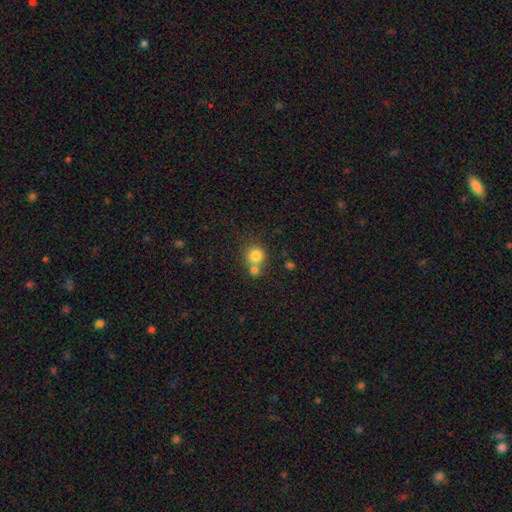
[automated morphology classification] Q: Smooth or featured?
A: smooth (81%); runner-up: star or artifact (11%)
Q: How rounded?
A: round (88%); runner-up: in between (11%)
Q: Merging?
A: none (49%); runner-up: merger (39%)